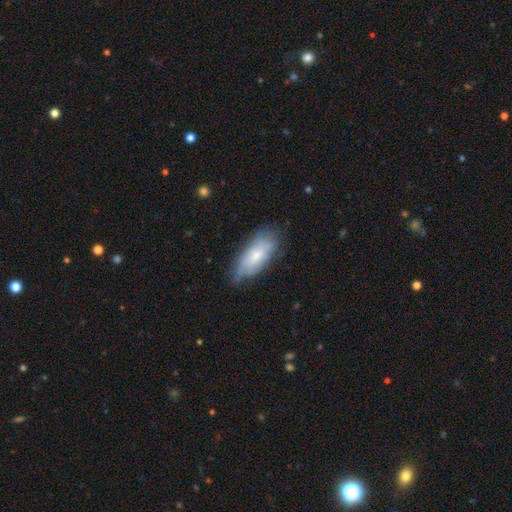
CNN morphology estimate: Smooth or featured? Predicted: smooth (p=0.57). How rounded? Predicted: in between (p=0.84). Merging? Predicted: none (p=0.68).